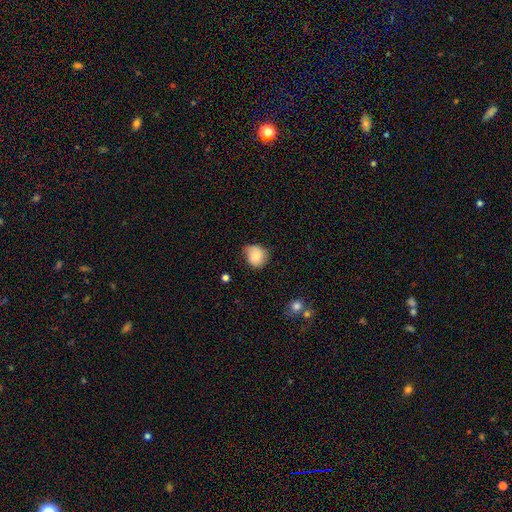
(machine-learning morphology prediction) Overall: smooth (76%). How rounded: round (73%). Merging: none (52%; minor disturbance 37%).